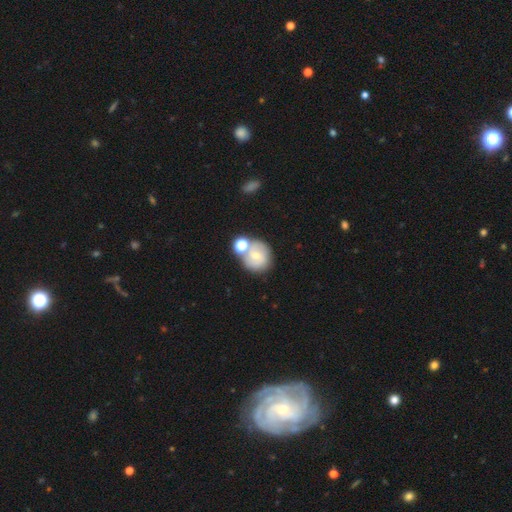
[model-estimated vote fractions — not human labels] smooth 56%, featured or disk 32%, star or artifact 12%. Down the decision tree: how rounded — round (84%); merging — none (49%).